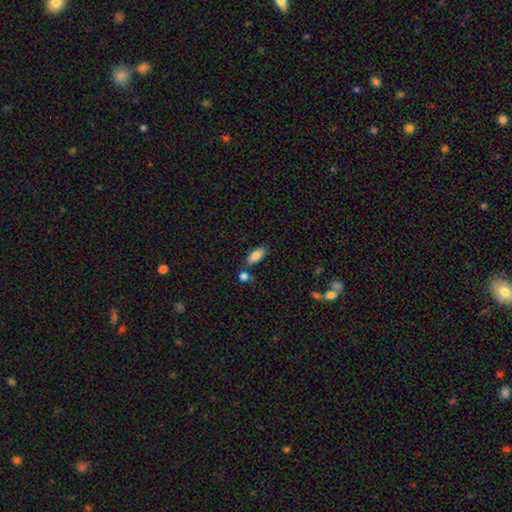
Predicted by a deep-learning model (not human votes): This appears to be a smooth galaxy with no disk features (84%) that is in between round and cigar-shaped (85%). Merging: none (71%).